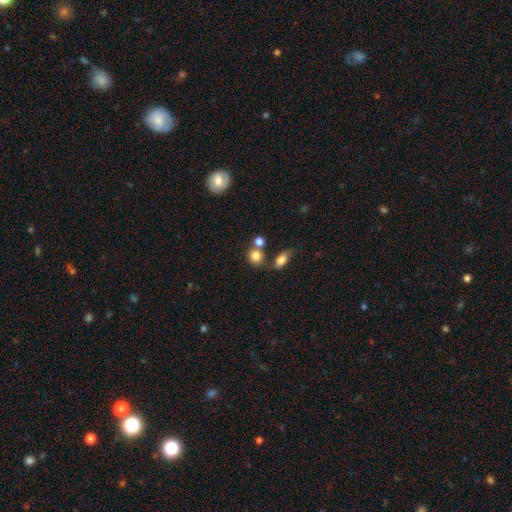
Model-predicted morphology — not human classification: Smooth or featured? Predicted: smooth (p=0.81). How rounded? Predicted: round (p=0.76). Merging? Predicted: none (p=0.54).